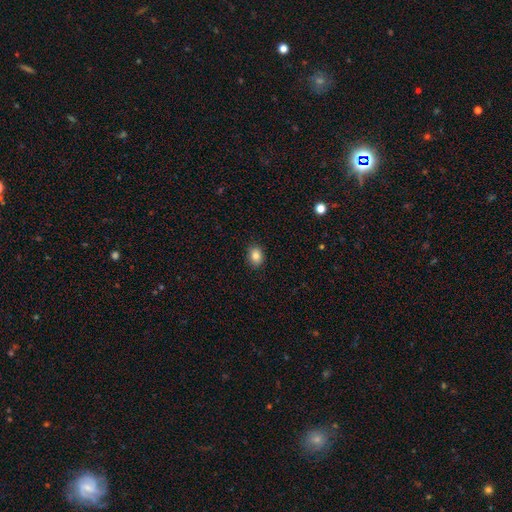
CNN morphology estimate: smooth-or-featured: smooth: 85% | star or artifact: 9% | featured or disk: 6%
  how-rounded: in between: 57% | round: 42% | cigar-shaped: 1%
  merging: none: 88% | minor disturbance: 9% | major disturbance: 2% | merger: 1%